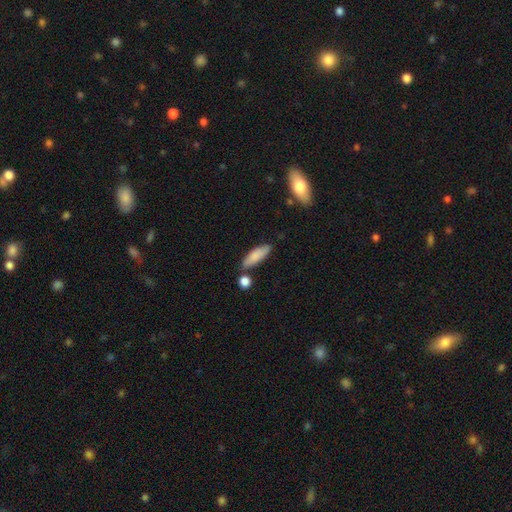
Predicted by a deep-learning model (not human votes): A smooth galaxy with no disk features (82%) that is in between round and cigar-shaped (52%). Merging: none (73%).